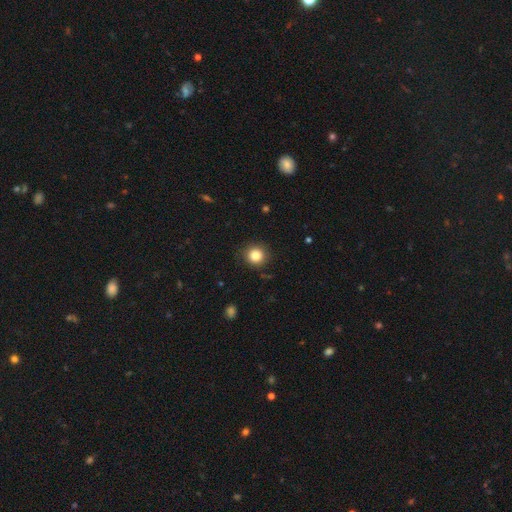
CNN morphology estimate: type=smooth (84%); roundness=round (92%); merging=none (88%).